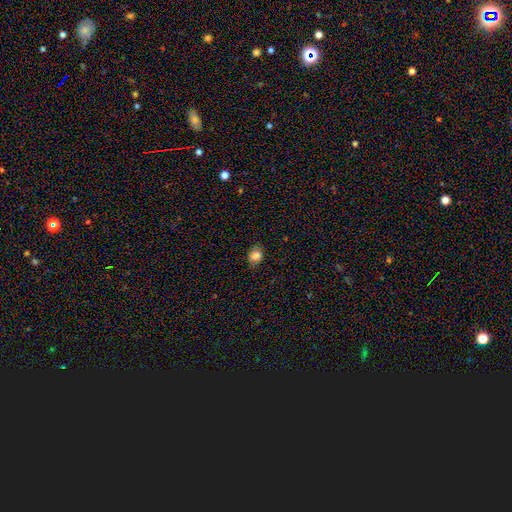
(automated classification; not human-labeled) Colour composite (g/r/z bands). It shows a smooth galaxy with no disk features (81%) that is in between round and cigar-shaped (59%). Merging: none (79%).